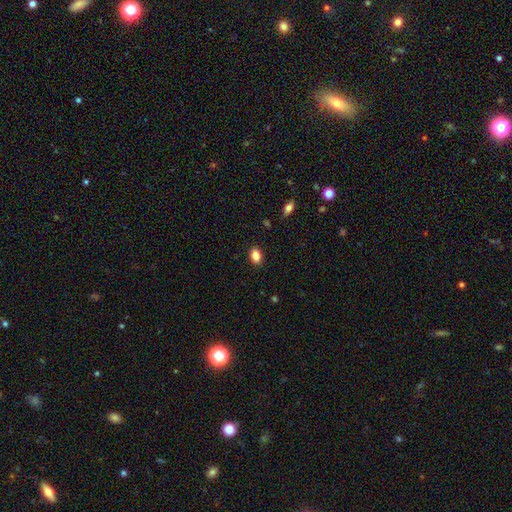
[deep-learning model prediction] Smooth or featured? Predicted: smooth (p=0.86). How rounded? Predicted: in between (p=0.82). Merging? Predicted: none (p=0.88).